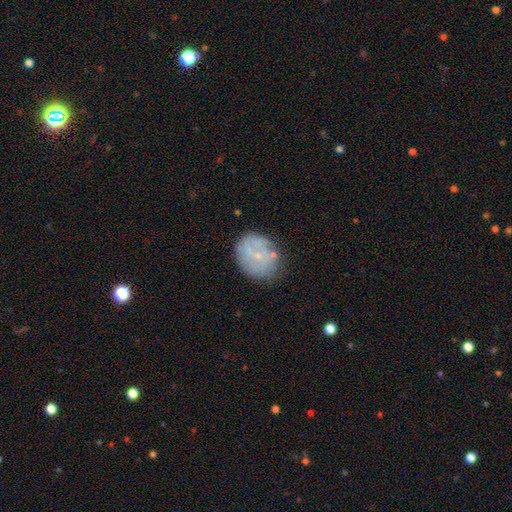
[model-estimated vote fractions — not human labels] Q: Smooth or featured?
A: smooth (55%); runner-up: featured or disk (36%)
Q: How rounded?
A: round (61%); runner-up: in between (37%)
Q: Merging?
A: none (68%); runner-up: minor disturbance (21%)